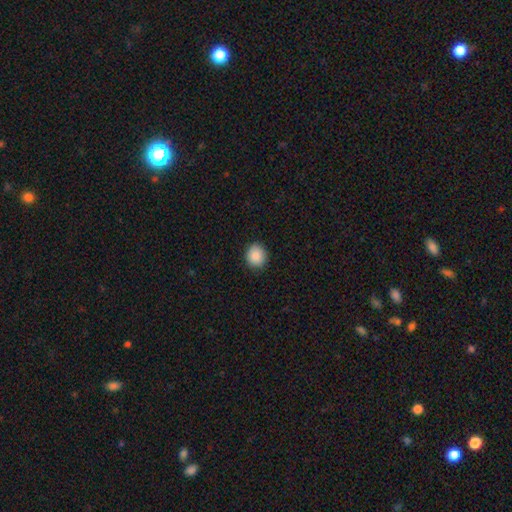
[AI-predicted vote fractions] Smooth or featured? smooth (88%)
How rounded? round (80%)
Merging? none (88%)